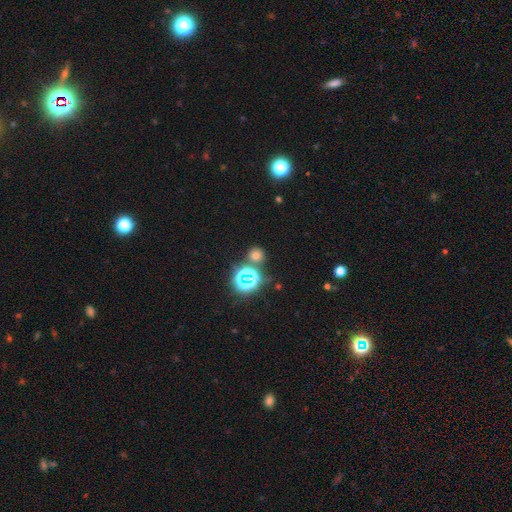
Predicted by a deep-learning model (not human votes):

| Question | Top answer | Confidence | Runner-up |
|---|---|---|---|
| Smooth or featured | smooth | 58% | star or artifact (34%) |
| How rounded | round | 87% | in between (12%) |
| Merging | none | 78% | merger (10%) |